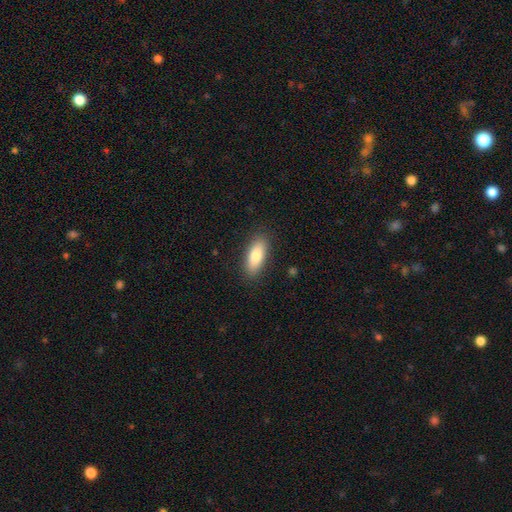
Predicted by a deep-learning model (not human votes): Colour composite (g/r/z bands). It shows a smooth galaxy with no disk features (82%) that is in between round and cigar-shaped (76%). Merging: none (87%).